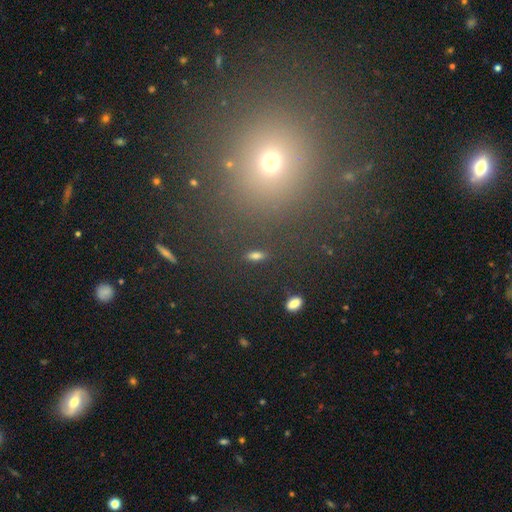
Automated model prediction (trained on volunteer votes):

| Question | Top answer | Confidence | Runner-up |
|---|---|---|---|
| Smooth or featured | smooth | 61% | star or artifact (25%) |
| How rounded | in between | 65% | round (18%) |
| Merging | none | 85% | minor disturbance (8%) |